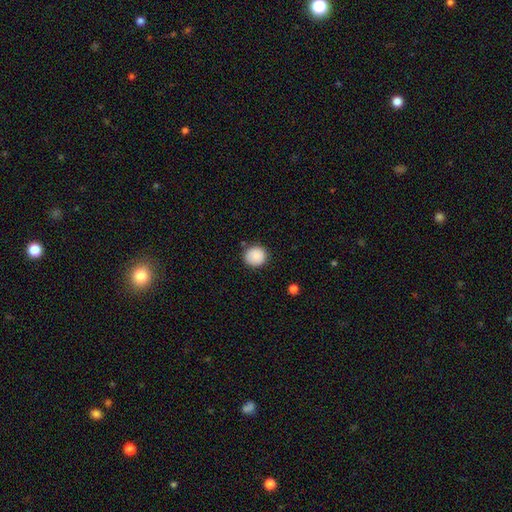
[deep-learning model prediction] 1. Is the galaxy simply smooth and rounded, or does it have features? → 88% smooth, 8% star or artifact, 4% featured or disk.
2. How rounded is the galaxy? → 91% round, 8% in between, 1% cigar-shaped.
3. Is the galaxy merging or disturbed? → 86% none, 10% minor disturbance, 2% major disturbance, 2% merger.